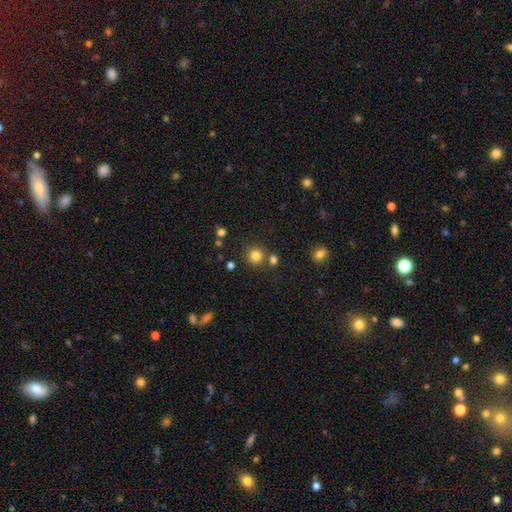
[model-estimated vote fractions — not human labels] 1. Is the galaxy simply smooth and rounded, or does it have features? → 81% smooth, 13% star or artifact, 6% featured or disk.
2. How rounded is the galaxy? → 92% round, 7% in between, 1% cigar-shaped.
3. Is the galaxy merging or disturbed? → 78% none, 11% merger, 8% minor disturbance, 3% major disturbance.